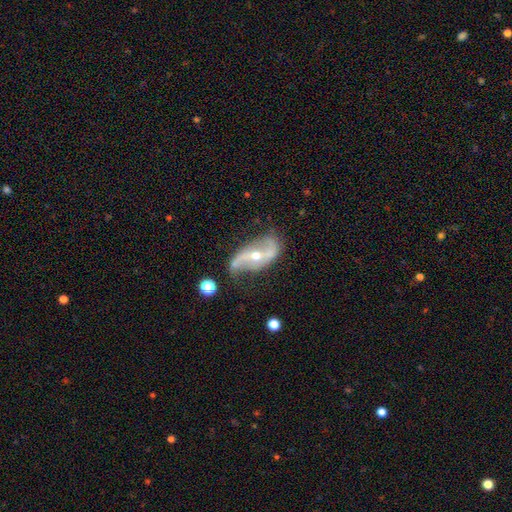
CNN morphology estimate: type=featured or disk (88%); edge-on=no (94%); bar=no (35%); spiral arms=yes (94%); winding=loose (79%); arm count=2 (92%); bulge=moderate (54%); merging=none (66%).